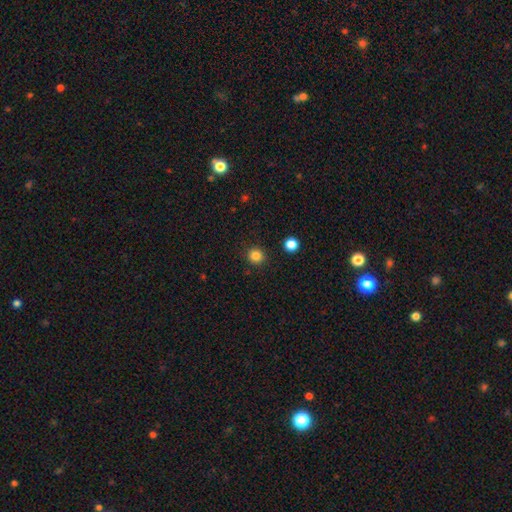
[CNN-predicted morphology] type=smooth (84%); roundness=round (93%); merging=none (91%).